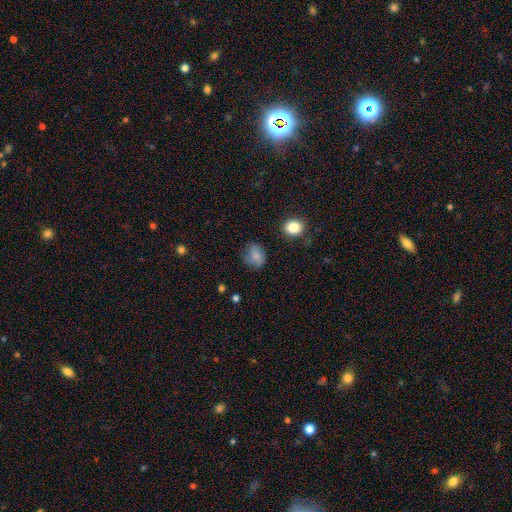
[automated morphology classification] Smooth or featured?
  - smooth: 78% *
  - featured or disk: 11%
  - star or artifact: 11%
How rounded?
  - round: 50% *
  - in between: 49%
  - cigar-shaped: 1%
Merging?
  - none: 66% *
  - minor disturbance: 24%
  - major disturbance: 8%
  - merger: 2%